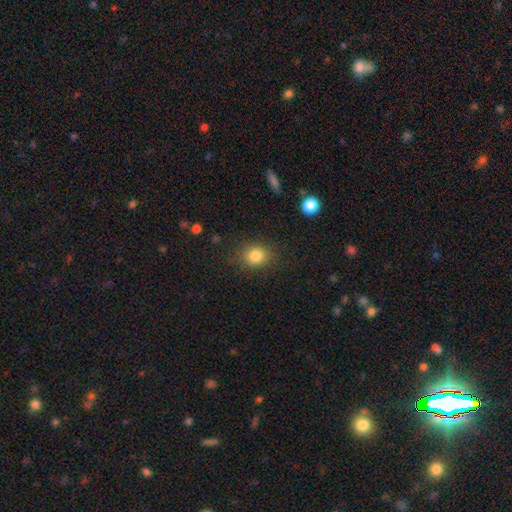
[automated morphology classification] This is clearly a smooth galaxy (83%). How rounded: likely round (60%). Merging: clearly none (83%).